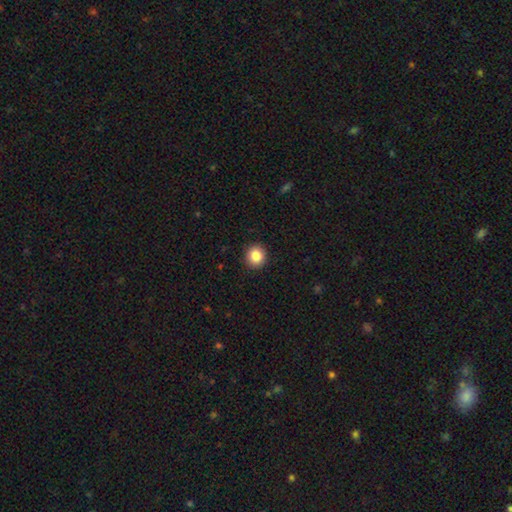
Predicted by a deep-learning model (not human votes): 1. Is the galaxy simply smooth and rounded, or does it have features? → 87% smooth, 9% star or artifact, 4% featured or disk.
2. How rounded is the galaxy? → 91% round, 9% in between, 1% cigar-shaped.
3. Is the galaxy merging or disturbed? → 91% none, 6% minor disturbance, 2% major disturbance, 1% merger.